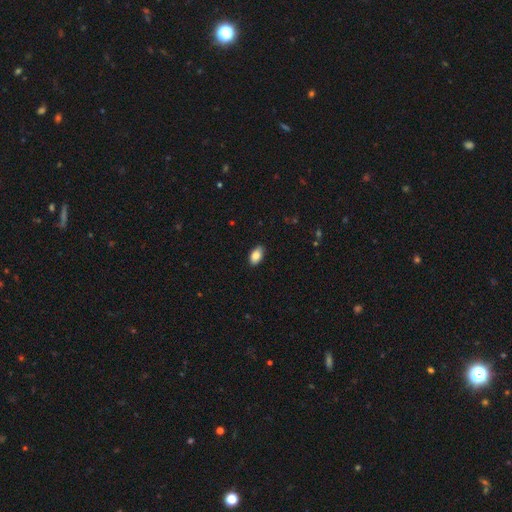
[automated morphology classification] This appears to be a smooth galaxy with no disk features (86%) that is in between round and cigar-shaped (93%). Merging: none (87%).